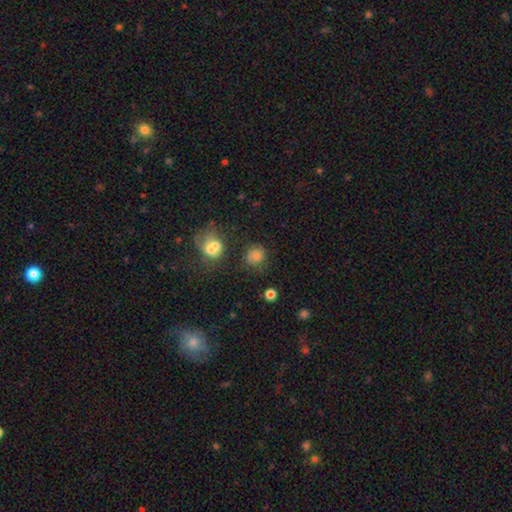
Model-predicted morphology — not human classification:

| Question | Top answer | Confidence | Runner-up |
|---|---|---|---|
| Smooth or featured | smooth | 73% | star or artifact (16%) |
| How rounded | round | 79% | in between (20%) |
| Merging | none | 62% | minor disturbance (17%) |